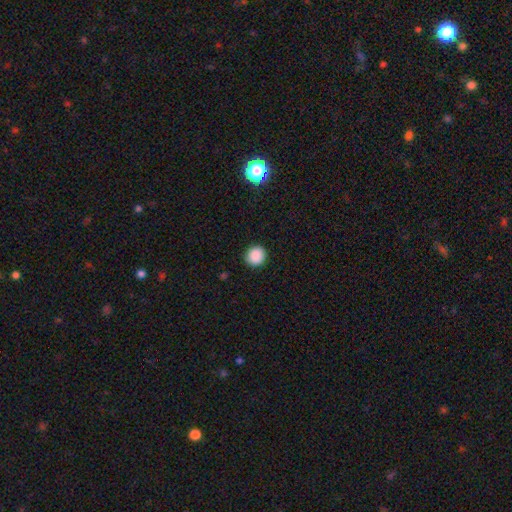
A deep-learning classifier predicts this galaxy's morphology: A smooth galaxy with no disk features (89%) that is round (89%). Merging: none (91%).